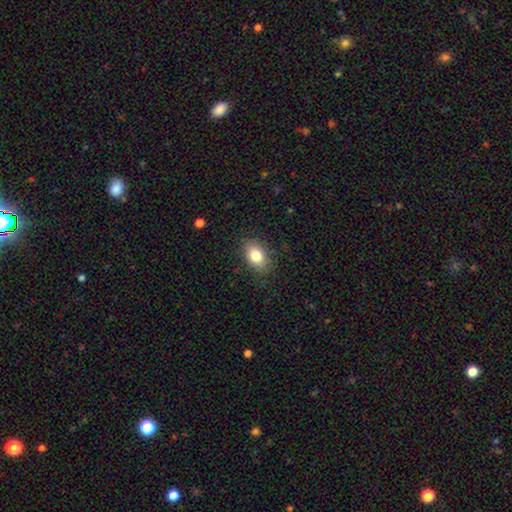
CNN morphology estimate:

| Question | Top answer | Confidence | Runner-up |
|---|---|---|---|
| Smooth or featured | smooth | 82% | featured or disk (10%) |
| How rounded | in between | 84% | round (15%) |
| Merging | none | 83% | minor disturbance (13%) |